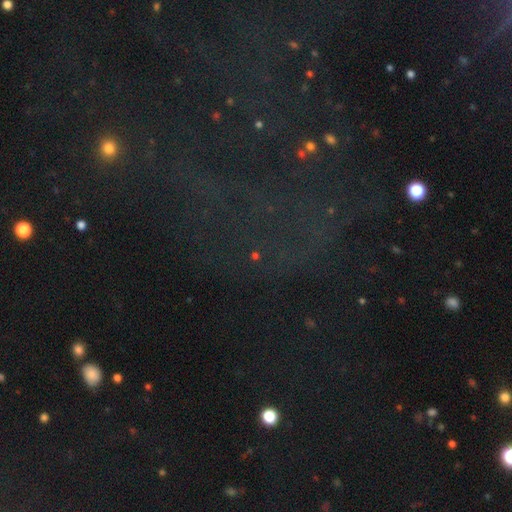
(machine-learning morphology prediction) Smooth or featured: star or artifact — 77% (smooth — 14%)